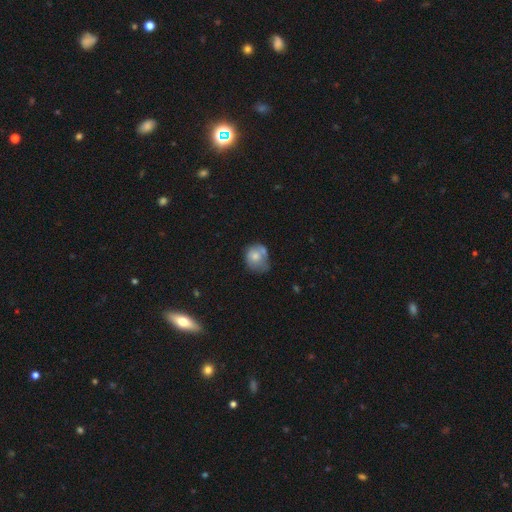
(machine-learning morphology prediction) A smooth galaxy with no disk features (69%) that is round (65%). Merging: none (39%).